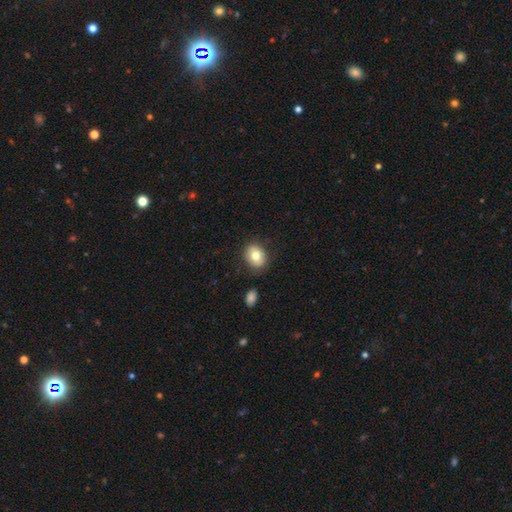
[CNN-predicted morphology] Smooth or featured: smooth — 77% (featured or disk — 14%)
How rounded: in between — 53% (round — 46%)
Merging: none — 83% (minor disturbance — 11%)